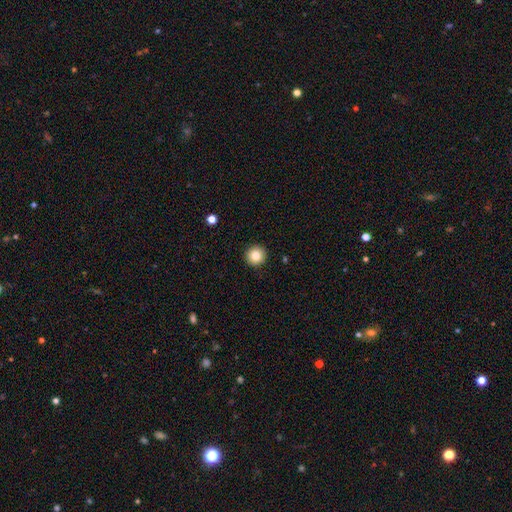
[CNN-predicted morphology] This is clearly a smooth galaxy (83%). How rounded: clearly round (95%). Merging: clearly none (93%).